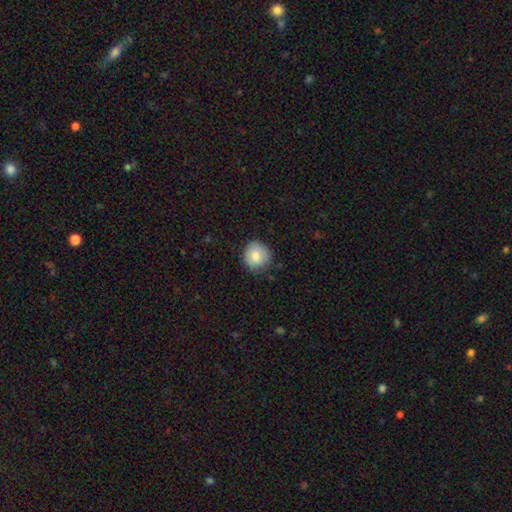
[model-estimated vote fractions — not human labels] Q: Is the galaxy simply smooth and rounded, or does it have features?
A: smooth — 81%.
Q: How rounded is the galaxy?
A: round — 91%.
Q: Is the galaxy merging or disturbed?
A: none — 81%.